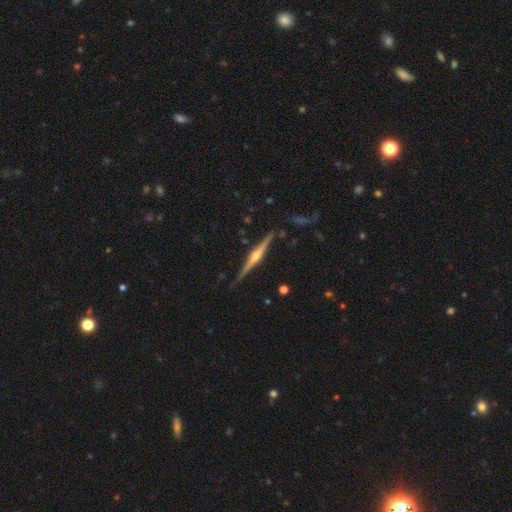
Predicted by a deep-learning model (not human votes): A featured or disk galaxy (86%) viewed edge-on (98%) with a rounded central bulge (92%).

Vote fractions:
- Smooth or featured? featured or disk: 86% / smooth: 9% / star or artifact: 5%
- Edge-on disk? yes: 98% / no: 2%
- Edge-on bulge? rounded: 92% / none: 4% / boxy: 4%
- Merging? none: 87% / minor disturbance: 9% / merger: 2% / major disturbance: 2%